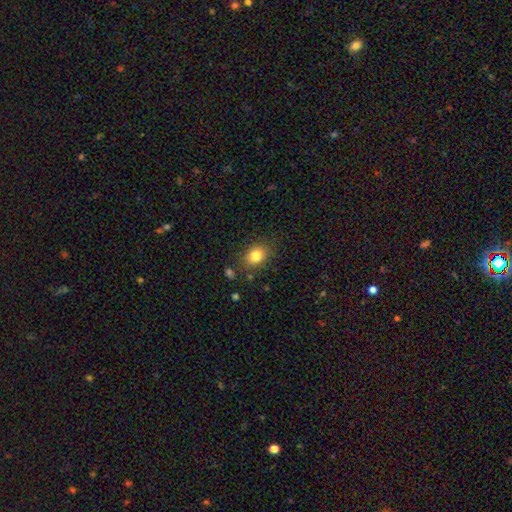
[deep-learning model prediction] Smooth or featured: smooth — 83% (star or artifact — 10%)
How rounded: in between — 57% (round — 42%)
Merging: none — 81% (minor disturbance — 13%)